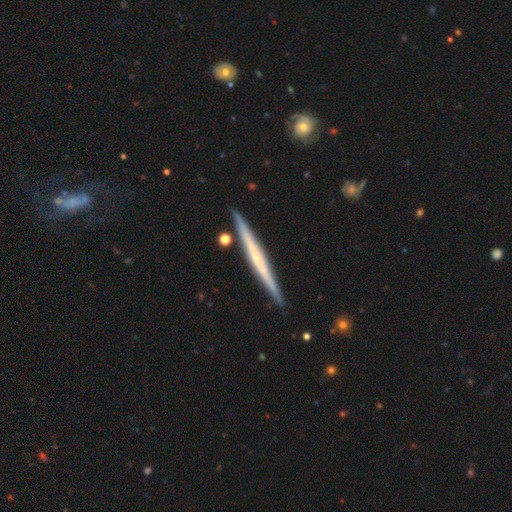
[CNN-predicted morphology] Smooth or featured? featured or disk (62%)
Edge-on disk? yes (98%)
Edge-on bulge? none (74%)
Merging? none (90%)